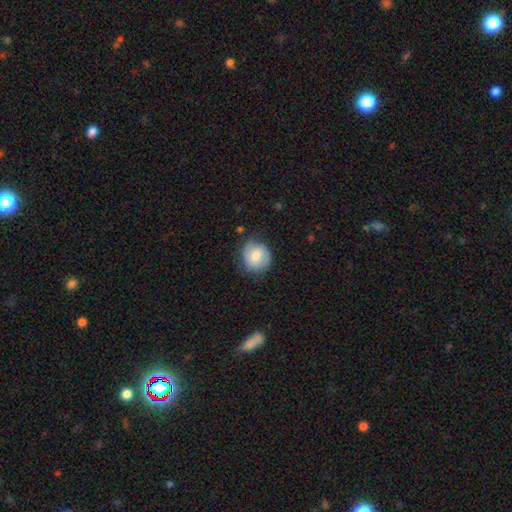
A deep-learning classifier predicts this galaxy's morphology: smooth 69%, featured or disk 24%, star or artifact 7%. Down the decision tree: how rounded — round (83%); merging — none (72%).